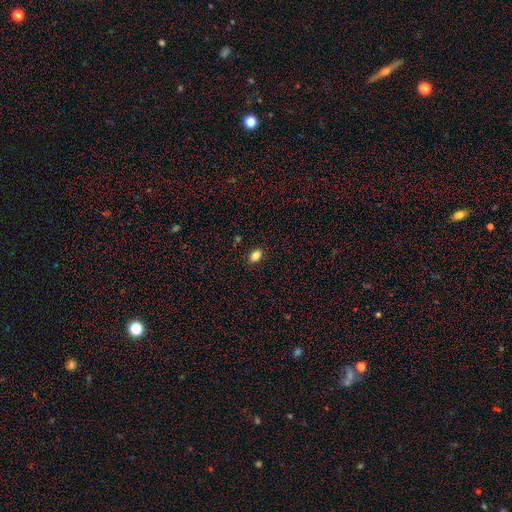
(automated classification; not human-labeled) smooth_or_featured: smooth (p=0.84) [alt: star or artifact p=0.10]
how_rounded: in between (p=0.81) [alt: round p=0.17]
merging: none (p=0.88) [alt: minor disturbance p=0.09]